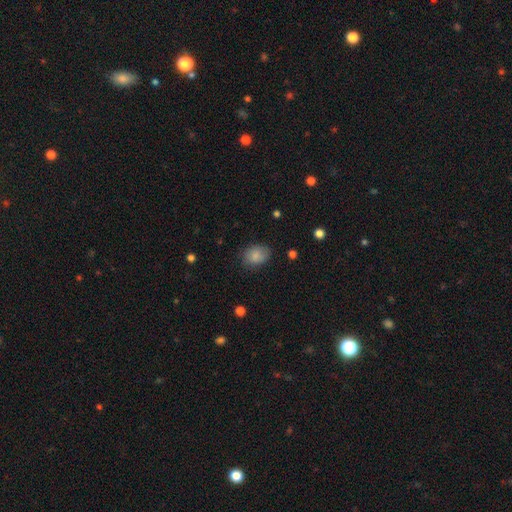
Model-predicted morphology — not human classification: Smooth or featured? Predicted: smooth (p=0.85). How rounded? Predicted: in between (p=0.69). Merging? Predicted: none (p=0.76).